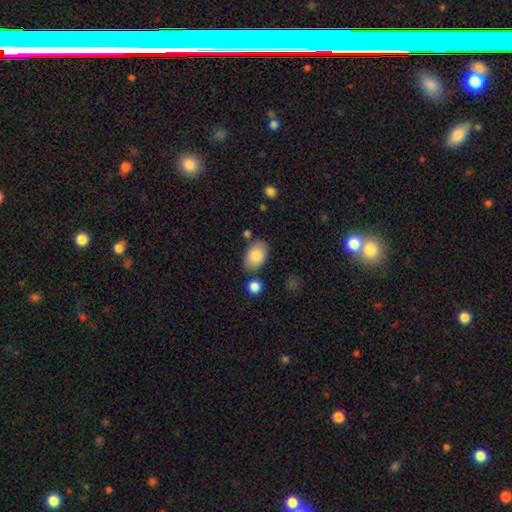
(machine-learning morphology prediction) The model was most divided on "merging": none: 77%, minor disturbance: 14%, merger: 6%, major disturbance: 3%. More confident: how rounded — in between (90%); smooth or featured — smooth (85%).